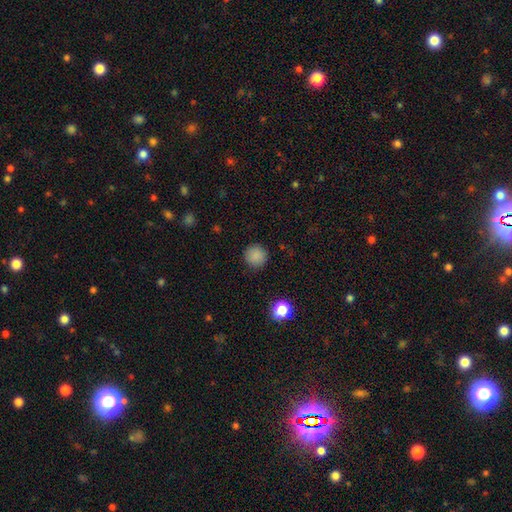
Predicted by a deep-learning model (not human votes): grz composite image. It shows a smooth galaxy with no disk features (86%) that is round (95%). Merging: none (91%).